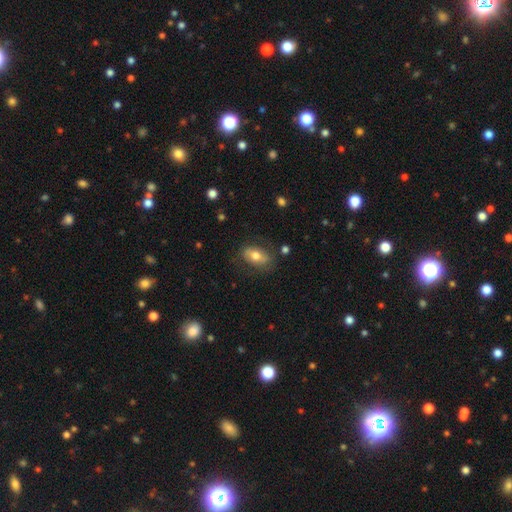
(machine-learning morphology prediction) Overall: smooth (67%). How rounded: in between (88%). Merging: none (74%).